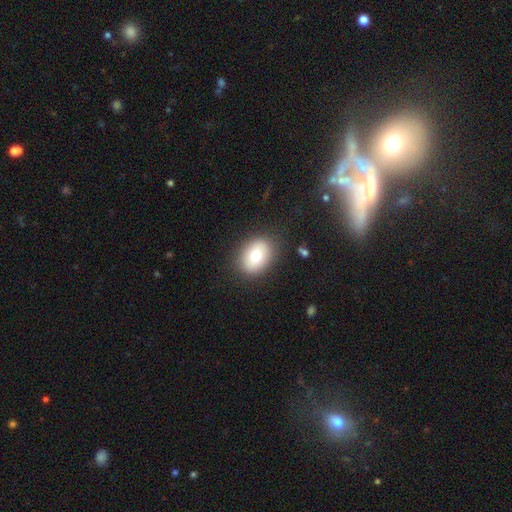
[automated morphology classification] Smooth or featured? Predicted: smooth (p=0.74). How rounded? Predicted: in between (p=0.69). Merging? Predicted: none (p=0.86).